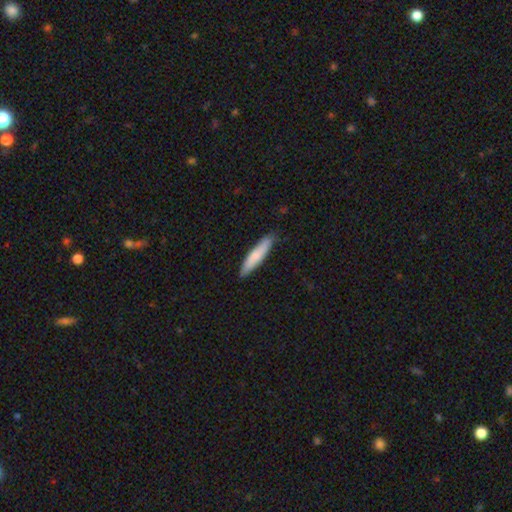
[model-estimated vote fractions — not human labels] smooth 77%, featured or disk 18%, star or artifact 5%. Down the decision tree: how rounded — cigar-shaped (84%); merging — none (83%).